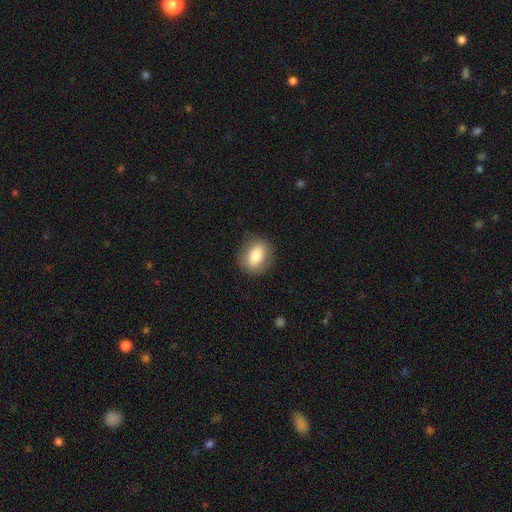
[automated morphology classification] This appears to be a smooth galaxy with no disk features (76%) that is in between round and cigar-shaped (53%). Merging: none (84%).